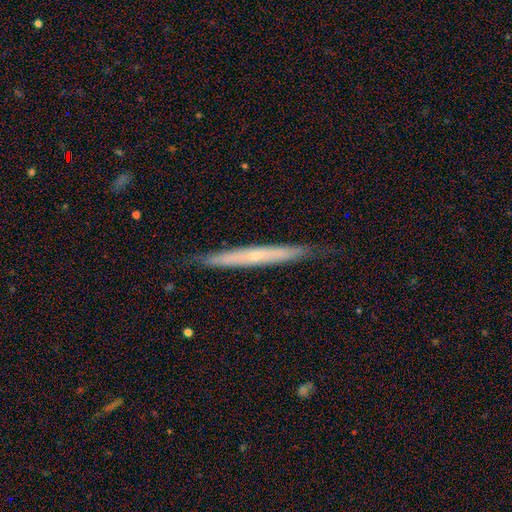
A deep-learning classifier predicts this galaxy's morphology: Smooth or featured? Predicted: featured or disk (p=0.60). Edge-on disk? Predicted: yes (p=0.92). Edge-on bulge? Predicted: none (p=0.54). Merging? Predicted: none (p=0.84).